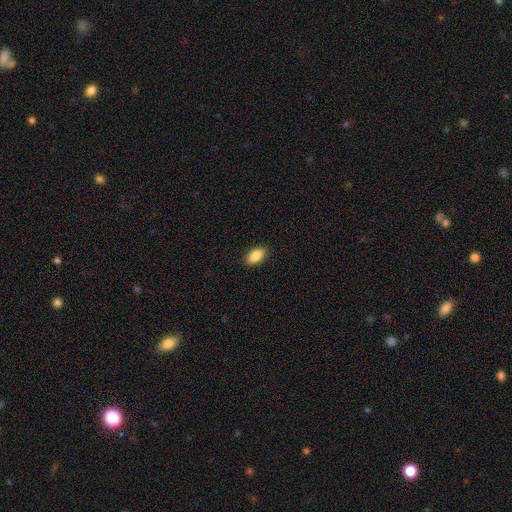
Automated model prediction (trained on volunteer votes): Q: Smooth or featured?
A: smooth (88%); runner-up: star or artifact (7%)
Q: How rounded?
A: in between (91%); runner-up: cigar-shaped (5%)
Q: Merging?
A: none (89%); runner-up: minor disturbance (8%)